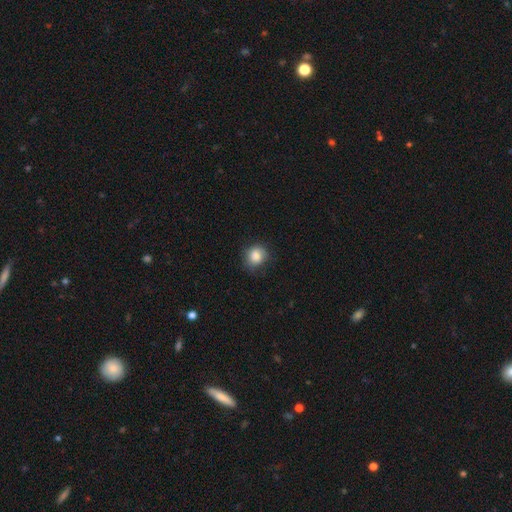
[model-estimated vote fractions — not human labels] This is clearly a smooth galaxy (84%). How rounded: likely round (75%). Merging: likely none (73%).